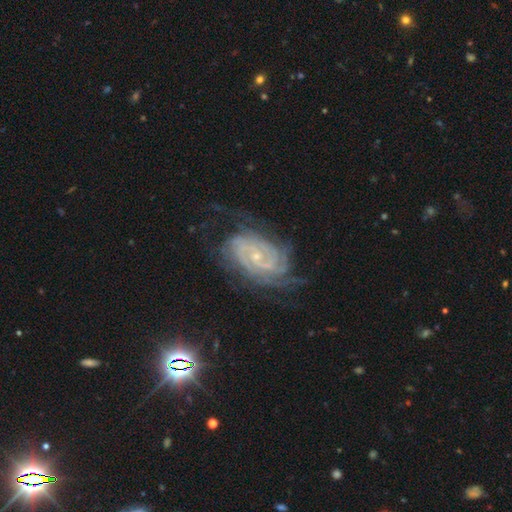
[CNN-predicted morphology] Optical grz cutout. It shows a featured or disk galaxy (86%) with no bar (55%), 2 (28%) tight (70%) spiral arms (97%) and a small central bulge (74%). Merging: none (64%).